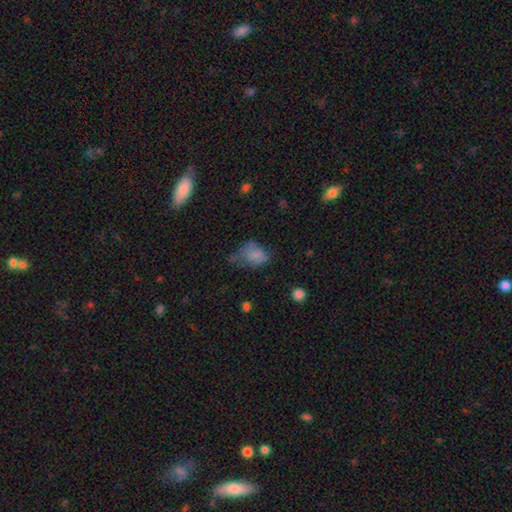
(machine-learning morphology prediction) A smooth galaxy with no disk features (72%) that is in between round and cigar-shaped (71%).

Vote fractions:
- Smooth or featured? smooth: 72% / featured or disk: 17% / star or artifact: 12%
- How rounded? in between: 71% / round: 27% / cigar-shaped: 1%
- Merging? minor disturbance: 35% / none: 31% / major disturbance: 28% / merger: 6%